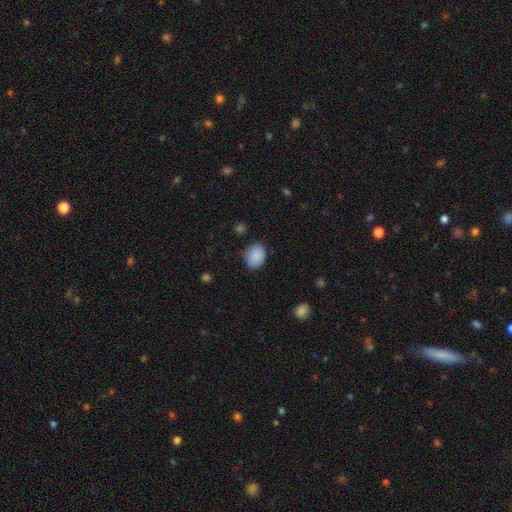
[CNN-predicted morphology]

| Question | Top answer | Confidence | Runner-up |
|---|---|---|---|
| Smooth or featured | smooth | 88% | star or artifact (7%) |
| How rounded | in between | 53% | round (46%) |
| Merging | none | 77% | minor disturbance (18%) |